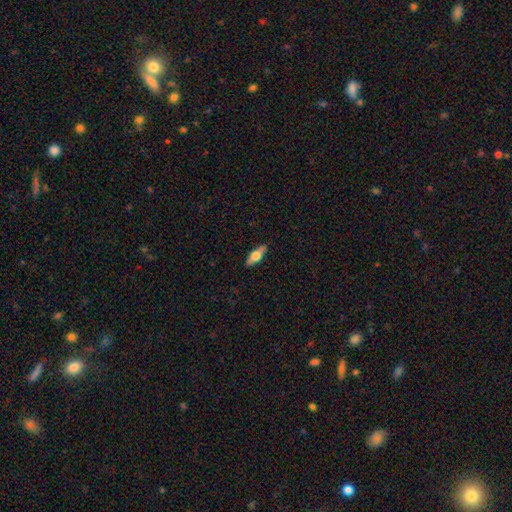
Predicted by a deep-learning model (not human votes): Smooth or featured? smooth (47%, tied with featured or disk)
Merging? none (89%)